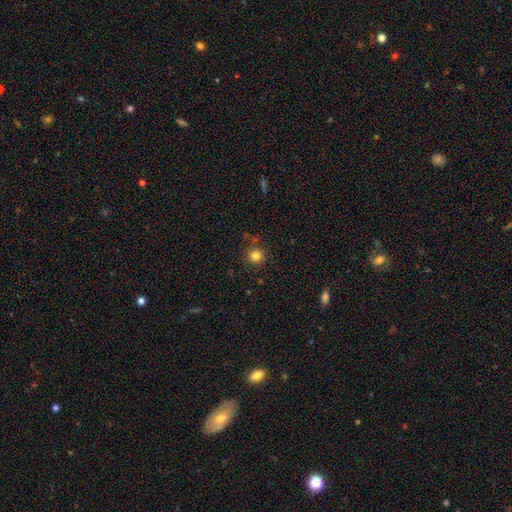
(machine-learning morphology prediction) type=smooth (81%); roundness=round (94%); merging=none (85%).